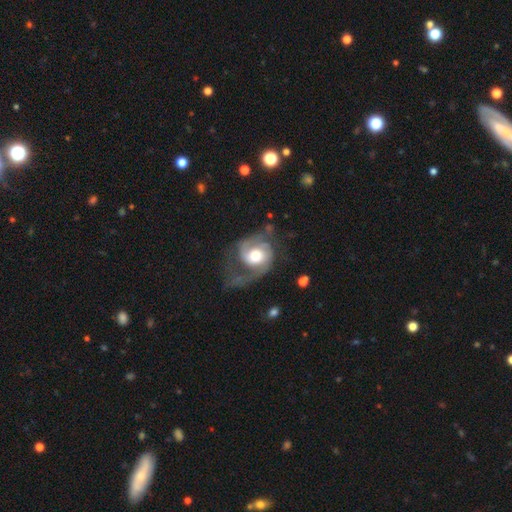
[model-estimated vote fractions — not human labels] A featured or disk galaxy (79%) with no bar (66%), 2 (70%) medium (46%) spiral arms (93%) and a moderate central bulge (55%).

Vote fractions:
- Smooth or featured? featured or disk: 79% / smooth: 15% / star or artifact: 6%
- Edge-on disk? no: 98% / yes: 2%
- Bar? no: 66% / weak: 27% / strong: 7%
- Spiral arms? yes: 93% / no: 7%
- Spiral winding? medium: 46% / loose: 30% / tight: 24%
- Spiral arm count? 2: 70% / 1: 18% / can't tell: 6% / 3: 3% / 4: 1% / more than 4: 1%
- Bulge size? moderate: 55% / large: 32% / small: 8% / dominant: 4% / none: 1%
- Merging? none: 42% / major disturbance: 36% / minor disturbance: 19% / merger: 3%